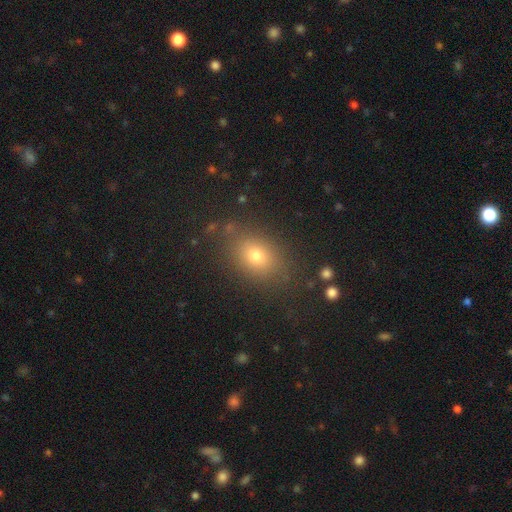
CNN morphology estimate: smooth 74%, star or artifact 15%, featured or disk 11%. Down the decision tree: how rounded — in between (68%); merging — none (82%).